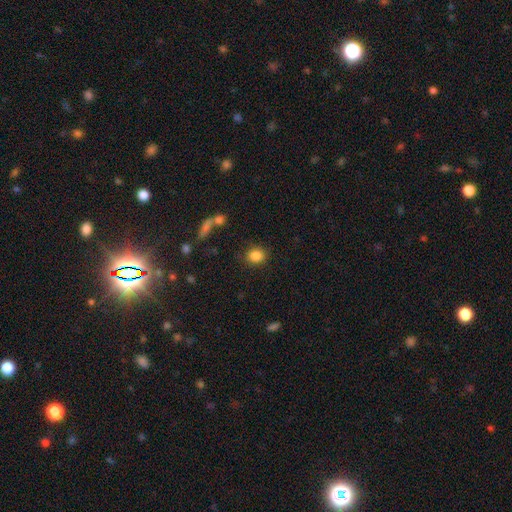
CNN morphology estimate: Overall: smooth (85%). How rounded: round (70%). Merging: none (84%).